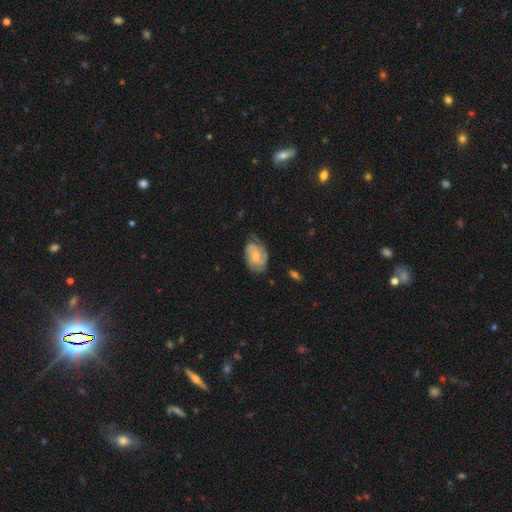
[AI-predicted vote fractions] Q: Smooth or featured?
A: featured or disk (63%); runner-up: smooth (31%)
Q: Edge-on disk?
A: no (97%); runner-up: yes (3%)
Q: Bar?
A: no (59%); runner-up: weak (35%)
Q: Spiral arms?
A: yes (89%); runner-up: no (11%)
Q: Spiral winding?
A: tight (48%); runner-up: medium (38%)
Q: Spiral arm count?
A: 2 (49%); runner-up: can't tell (27%)
Q: Bulge size?
A: moderate (44%); runner-up: small (42%)
Q: Merging?
A: none (60%); runner-up: minor disturbance (29%)